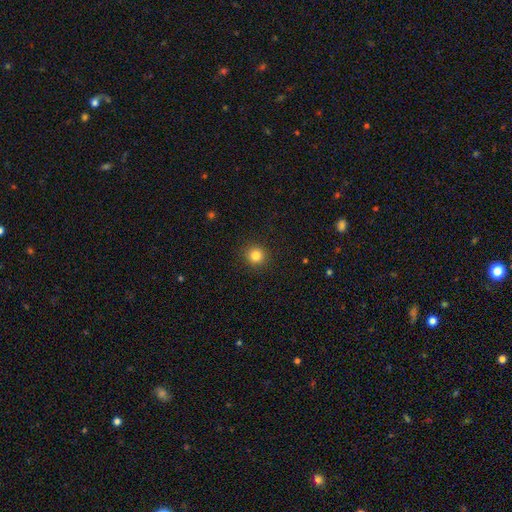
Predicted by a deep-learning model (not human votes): Morphology: type=smooth (83%); roundness=round (93%); merging=none (92%).